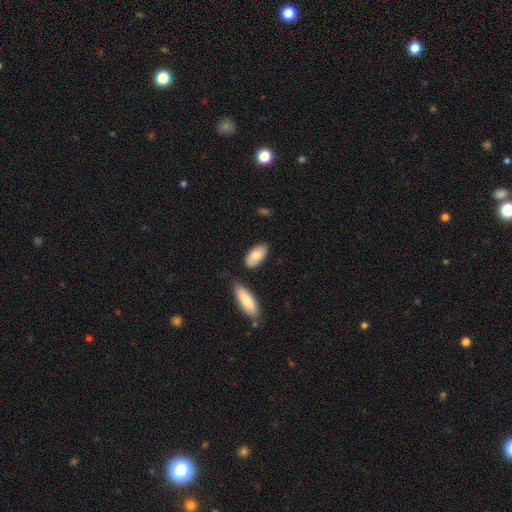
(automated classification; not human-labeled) Q: Smooth or featured?
A: smooth (83%); runner-up: featured or disk (12%)
Q: How rounded?
A: in between (92%); runner-up: cigar-shaped (6%)
Q: Merging?
A: none (76%); runner-up: minor disturbance (14%)